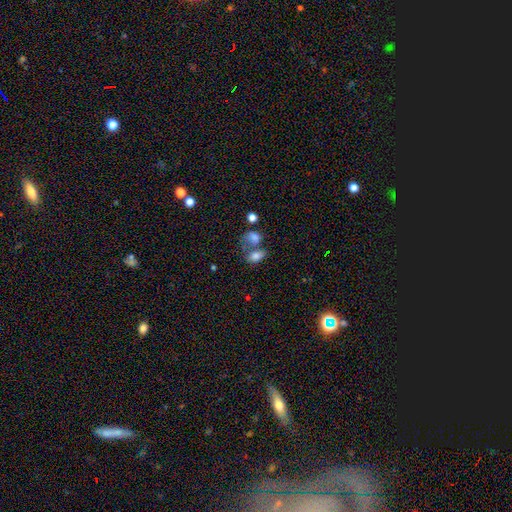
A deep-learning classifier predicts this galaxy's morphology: Overall: smooth (76%). How rounded: in between (84%). Merging: merger (44%; none 32%).